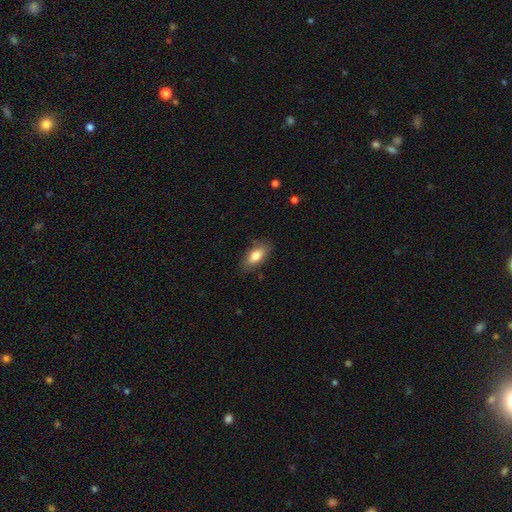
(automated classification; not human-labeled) Overall: smooth (80%). How rounded: in between (88%). Merging: none (82%).